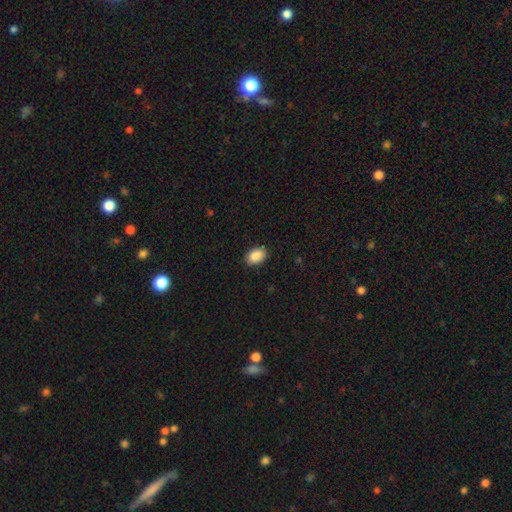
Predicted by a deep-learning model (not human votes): Morphology: type=smooth (89%); roundness=in between (88%); merging=none (90%).